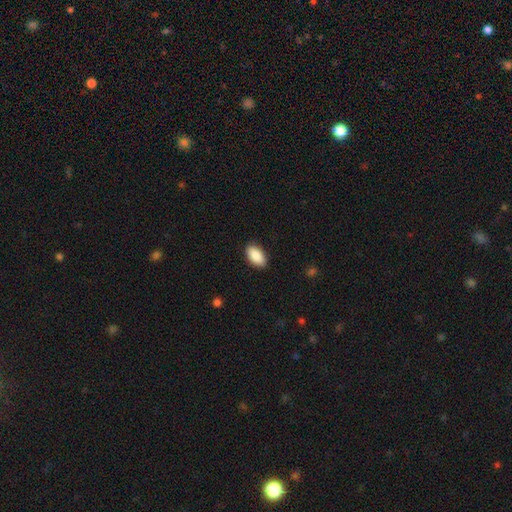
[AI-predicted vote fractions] The model was most divided on "merging": none: 89%, minor disturbance: 8%, major disturbance: 2%, merger: 1%. More confident: how rounded — in between (94%); smooth or featured — smooth (89%).